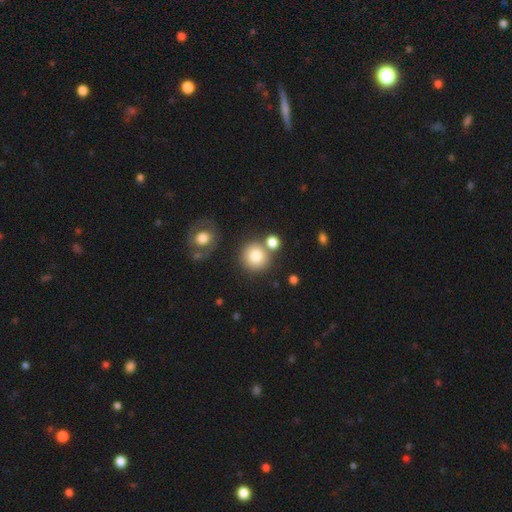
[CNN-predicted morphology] smooth_or_featured: smooth (p=0.81) [alt: featured or disk p=0.10]
how_rounded: round (p=0.92) [alt: in between p=0.07]
merging: none (p=0.71) [alt: merger p=0.17]